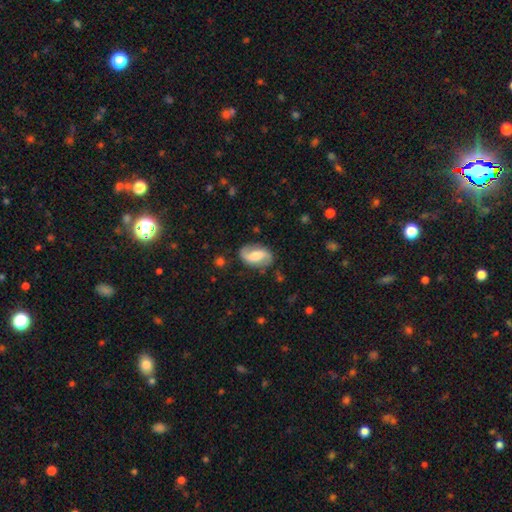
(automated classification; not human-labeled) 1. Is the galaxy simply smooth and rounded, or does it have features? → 72% featured or disk, 22% smooth, 6% star or artifact.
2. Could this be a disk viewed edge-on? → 97% no, 3% yes.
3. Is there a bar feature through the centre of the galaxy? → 43% weak, 32% no, 24% strong.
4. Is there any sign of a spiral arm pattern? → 92% yes, 8% no.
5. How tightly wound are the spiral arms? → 54% loose, 34% medium, 12% tight.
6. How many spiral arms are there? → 91% 2, 3% can't tell, 2% 1, 1% 3, 1% 4, 1% more than 4.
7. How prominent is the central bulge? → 50% moderate, 23% large, 19% small, 6% none, 3% dominant.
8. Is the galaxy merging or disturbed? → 80% none, 14% minor disturbance, 5% major disturbance, 2% merger.